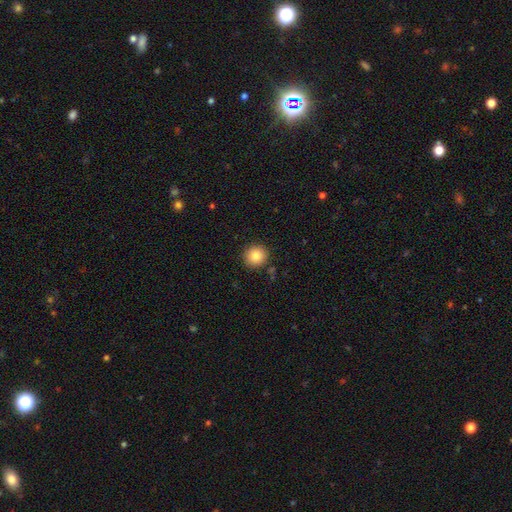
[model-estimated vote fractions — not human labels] smooth 84%, star or artifact 10%, featured or disk 6%. Down the decision tree: how rounded — round (93%); merging — none (90%).